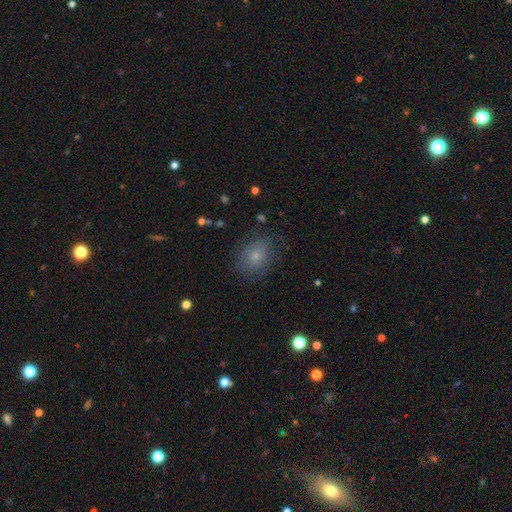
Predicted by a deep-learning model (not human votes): Morphology: type=smooth (73%); roundness=in between (55%); merging=none (77%).